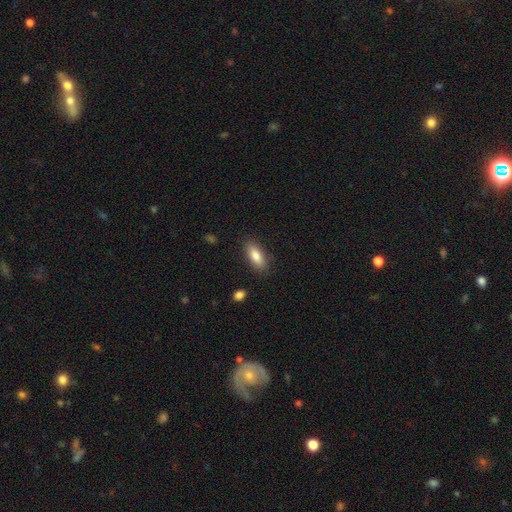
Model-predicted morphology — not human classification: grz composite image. It shows a smooth galaxy with no disk features (83%) that is in between round and cigar-shaped (74%). Merging: none (85%).